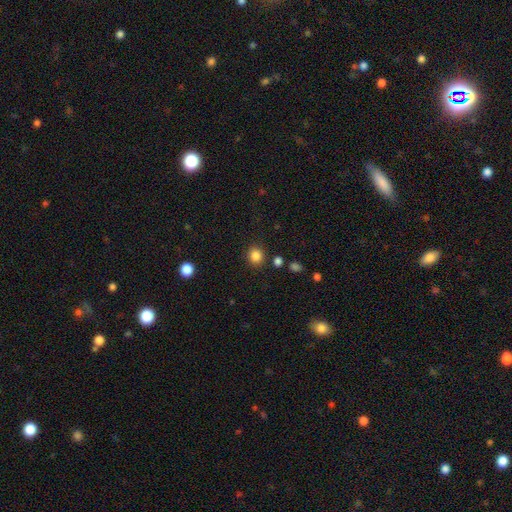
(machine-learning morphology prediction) smooth-or-featured: smooth: 84% | star or artifact: 11% | featured or disk: 4%
  how-rounded: round: 82% | in between: 17% | cigar-shaped: 1%
  merging: none: 87% | minor disturbance: 7% | merger: 3% | major disturbance: 3%